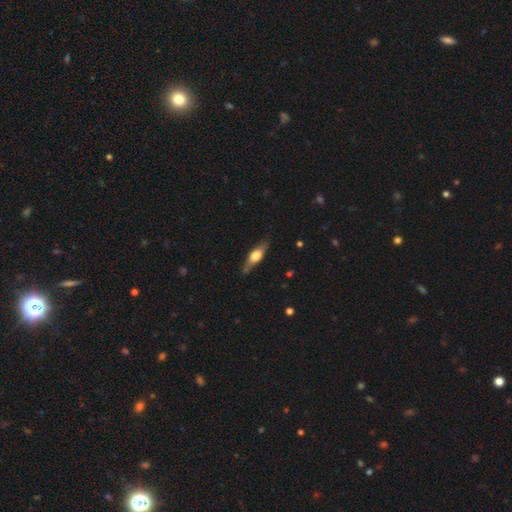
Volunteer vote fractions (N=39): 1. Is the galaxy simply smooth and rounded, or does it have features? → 51% featured or disk, 44% smooth, 5% star or artifact.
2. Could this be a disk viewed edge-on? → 75% yes, 25% no.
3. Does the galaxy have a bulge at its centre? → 80% rounded, 20% boxy, 0% none.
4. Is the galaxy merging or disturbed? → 70% none, 22% minor disturbance, 5% major disturbance, 3% merger.